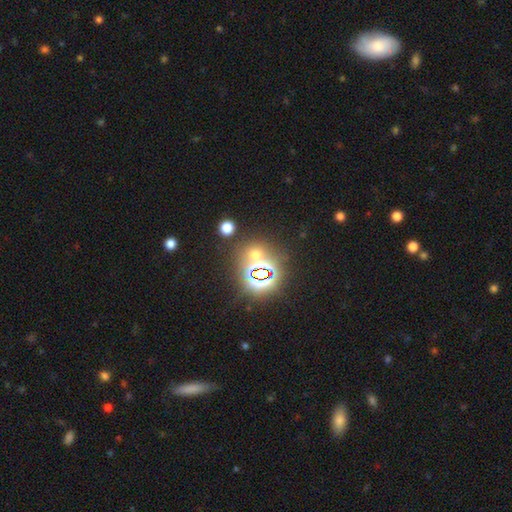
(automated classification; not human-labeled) Smooth or featured?
  - star or artifact: 60% *
  - smooth: 32%
  - featured or disk: 8%